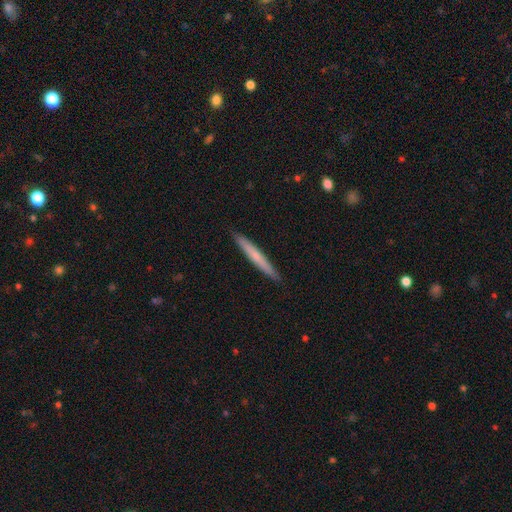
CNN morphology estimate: A smooth galaxy with no disk features (60%) that is cigar-shaped (97%). Merging: none (92%).